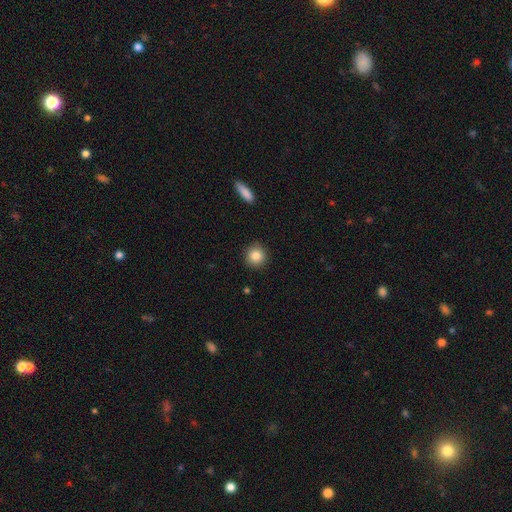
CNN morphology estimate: Overall: smooth (85%). How rounded: round (93%). Merging: none (91%).